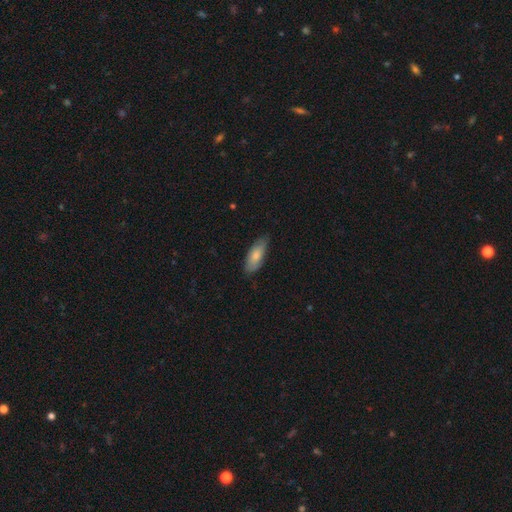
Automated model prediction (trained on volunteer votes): Q: Smooth or featured?
A: smooth (75%); runner-up: featured or disk (19%)
Q: How rounded?
A: in between (79%); runner-up: cigar-shaped (20%)
Q: Merging?
A: none (74%); runner-up: minor disturbance (21%)